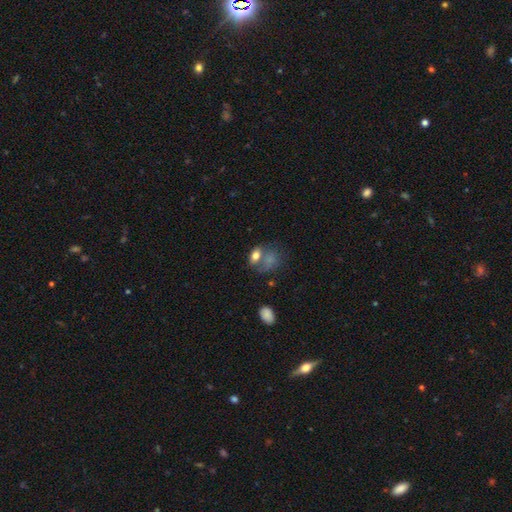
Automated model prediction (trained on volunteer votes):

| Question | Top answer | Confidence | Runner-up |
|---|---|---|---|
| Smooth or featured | smooth | 75% | featured or disk (14%) |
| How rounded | in between | 77% | round (20%) |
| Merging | merger | 37% | none (36%) |